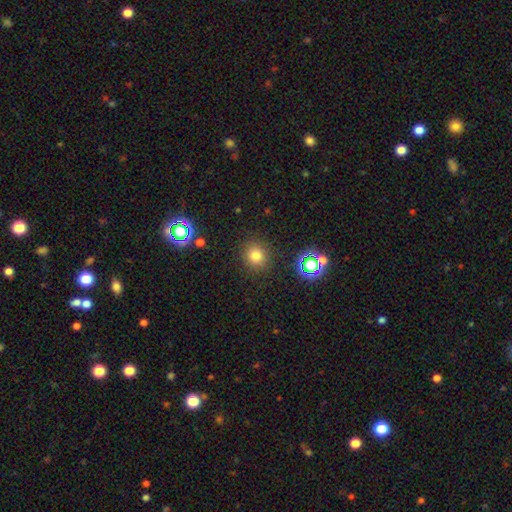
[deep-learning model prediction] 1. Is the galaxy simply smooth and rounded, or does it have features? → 75% smooth, 18% star or artifact, 7% featured or disk.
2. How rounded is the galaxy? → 90% round, 9% in between, 1% cigar-shaped.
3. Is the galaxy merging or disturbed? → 89% none, 7% minor disturbance, 3% major disturbance, 2% merger.